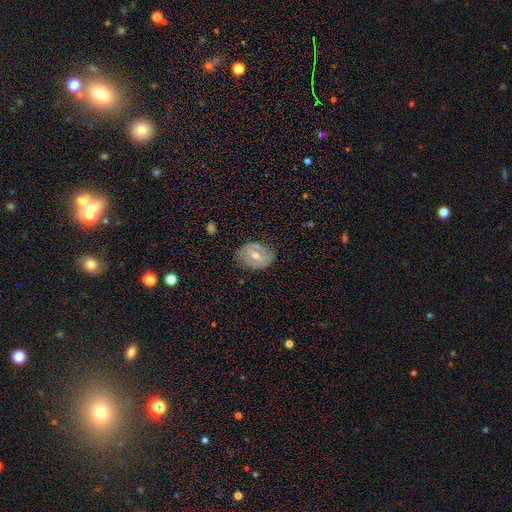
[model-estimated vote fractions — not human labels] featured or disk 57%, smooth 31%, star or artifact 12%. Down the decision tree: edge-on disk — no (94%); bar — no (45%); spiral arms — no (52%); bulge size — moderate (65%); merging — none (78%).